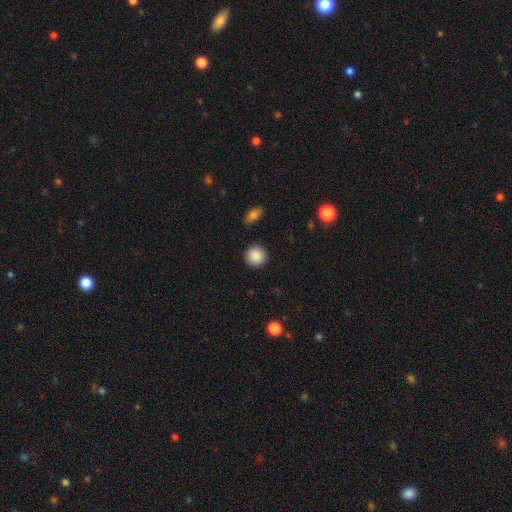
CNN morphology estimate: Q: Smooth or featured?
A: smooth (88%); runner-up: star or artifact (8%)
Q: How rounded?
A: round (93%); runner-up: in between (6%)
Q: Merging?
A: none (91%); runner-up: minor disturbance (6%)